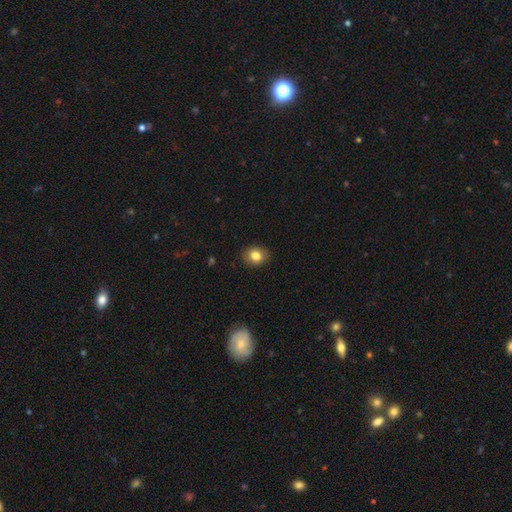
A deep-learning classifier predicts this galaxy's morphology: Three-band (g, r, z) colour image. It shows a smooth galaxy with no disk features (82%) that is round (54%). Merging: none (88%).